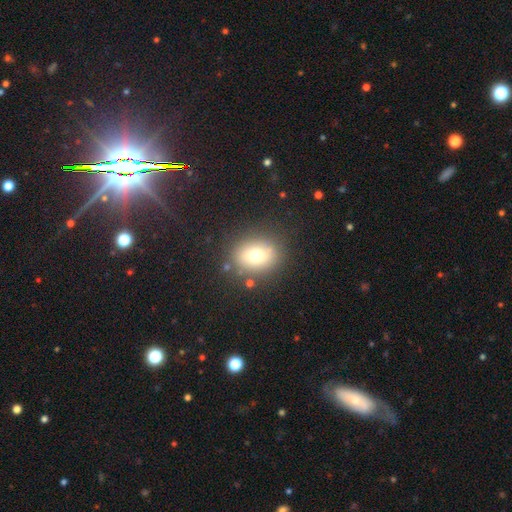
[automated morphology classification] The model was most divided on "how rounded": round: 59%, in between: 40%, cigar-shaped: 1%. More confident: merging — none (81%); smooth or featured — smooth (70%).